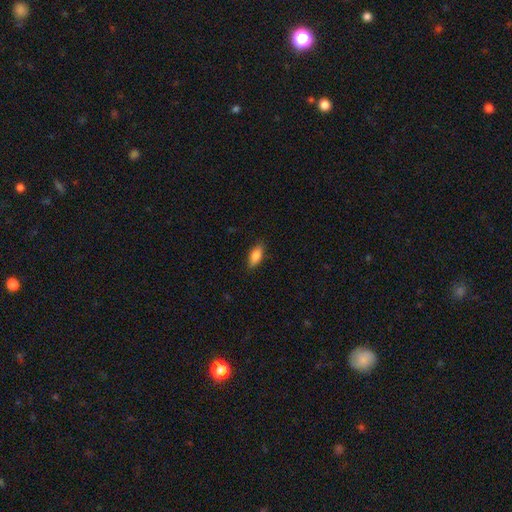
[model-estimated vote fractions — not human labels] Overall: smooth (82%). How rounded: in between (81%). Merging: none (85%).